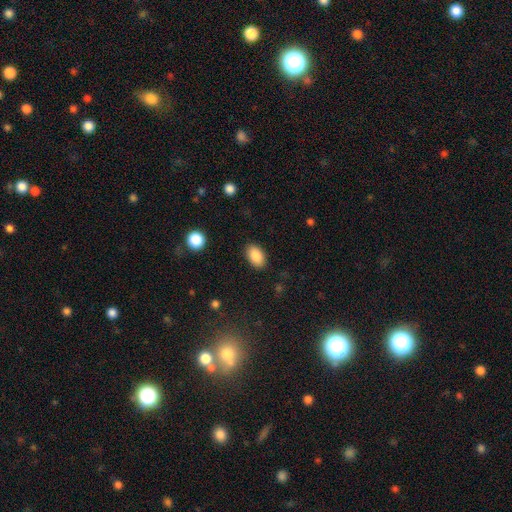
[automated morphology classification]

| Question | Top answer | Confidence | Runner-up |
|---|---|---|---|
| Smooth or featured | smooth | 87% | star or artifact (8%) |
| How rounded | in between | 91% | round (8%) |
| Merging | none | 87% | minor disturbance (9%) |